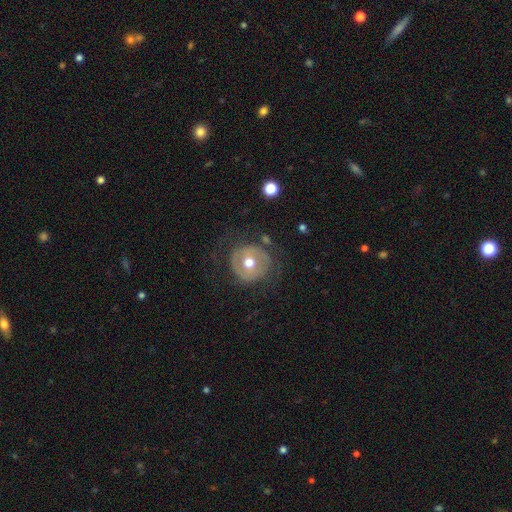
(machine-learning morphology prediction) type=featured or disk (55%); edge-on=no (96%); bar=no (69%); spiral arms=no (69%); bulge=moderate (80%); merging=none (72%).